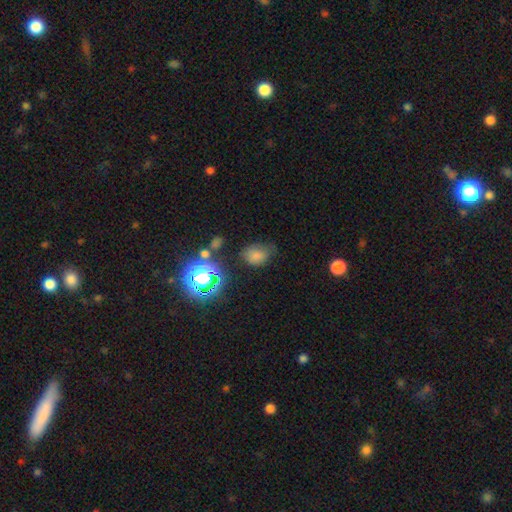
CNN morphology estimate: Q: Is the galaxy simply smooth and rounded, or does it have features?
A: smooth — 70%.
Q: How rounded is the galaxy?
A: in between — 64%.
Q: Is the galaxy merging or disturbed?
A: none — 58%.